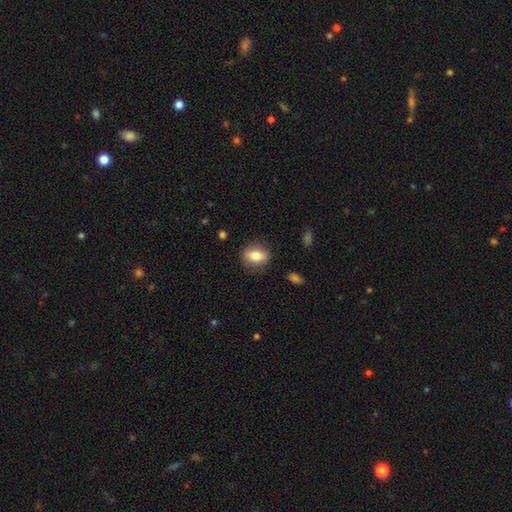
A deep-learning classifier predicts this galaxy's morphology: type=smooth (70%); roundness=in between (60%); merging=none (84%).